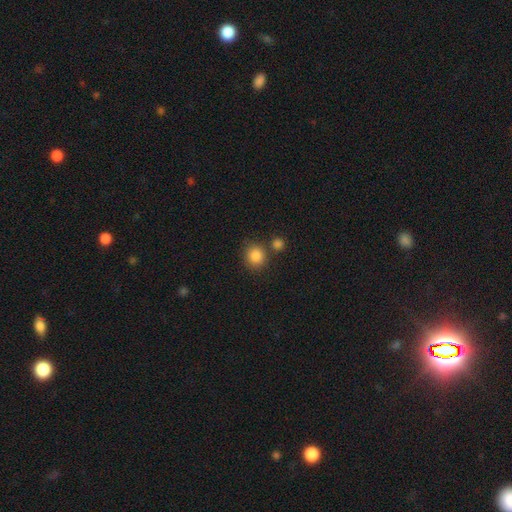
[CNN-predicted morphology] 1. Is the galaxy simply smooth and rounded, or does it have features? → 86% smooth, 10% star or artifact, 4% featured or disk.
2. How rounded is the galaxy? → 87% round, 12% in between, 1% cigar-shaped.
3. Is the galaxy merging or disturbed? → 72% none, 15% merger, 10% minor disturbance, 3% major disturbance.